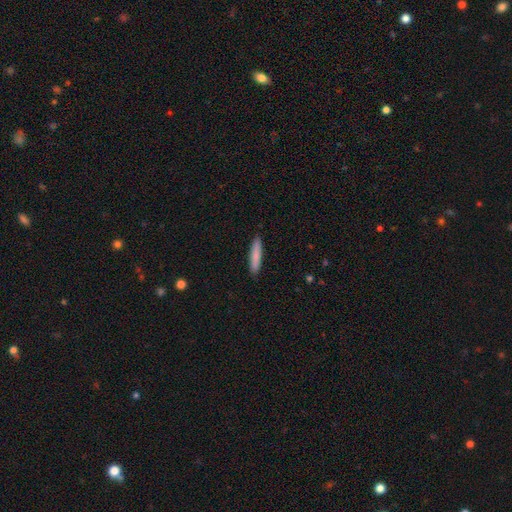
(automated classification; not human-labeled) smooth-or-featured: smooth: 83% | featured or disk: 11% | star or artifact: 6%
  how-rounded: cigar-shaped: 87% | in between: 11% | round: 1%
  merging: none: 90% | minor disturbance: 8% | major disturbance: 2% | merger: 1%